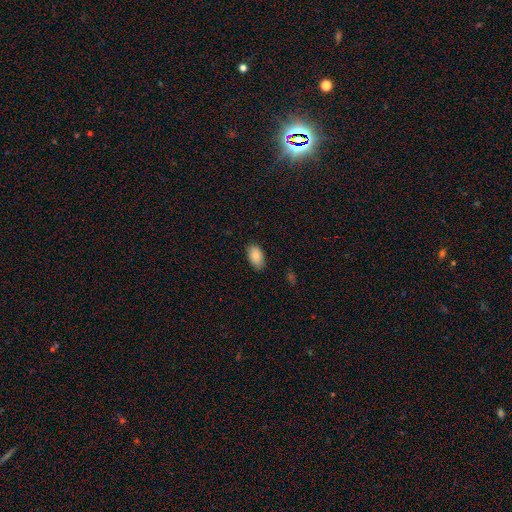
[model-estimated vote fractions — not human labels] Smooth or featured? smooth (86%)
How rounded? in between (93%)
Merging? none (85%)